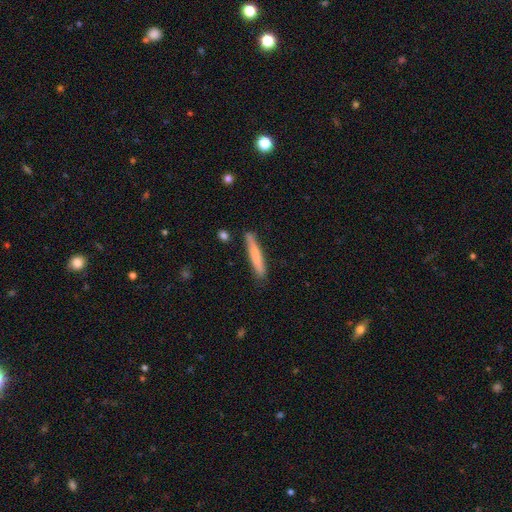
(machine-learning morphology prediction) Smooth or featured? smooth (71%)
How rounded? cigar-shaped (95%)
Merging? none (84%)